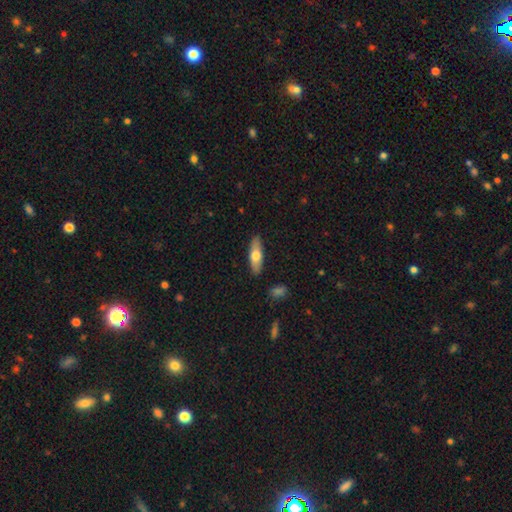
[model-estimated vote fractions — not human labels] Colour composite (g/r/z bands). It shows a smooth galaxy with no disk features (62%) that is in between round and cigar-shaped (51%). Merging: none (88%).